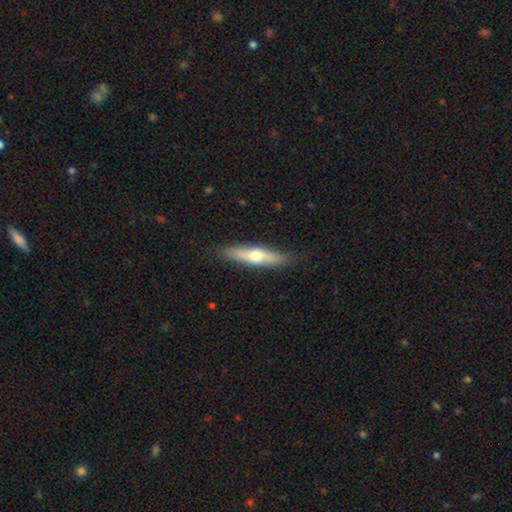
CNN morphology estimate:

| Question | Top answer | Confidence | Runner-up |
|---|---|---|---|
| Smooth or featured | smooth | 49% | featured or disk (45%) |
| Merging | none | 88% | minor disturbance (9%) |